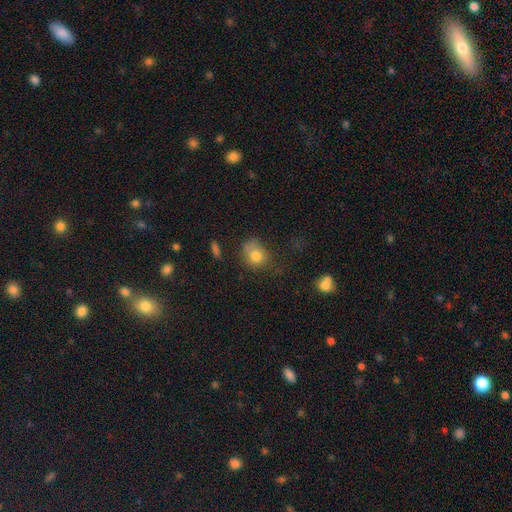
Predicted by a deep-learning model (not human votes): Smooth or featured?
  - smooth: 78% *
  - featured or disk: 11%
  - star or artifact: 11%
How rounded?
  - round: 56% *
  - in between: 43%
  - cigar-shaped: 1%
Merging?
  - none: 46% *
  - minor disturbance: 30%
  - major disturbance: 18%
  - merger: 6%